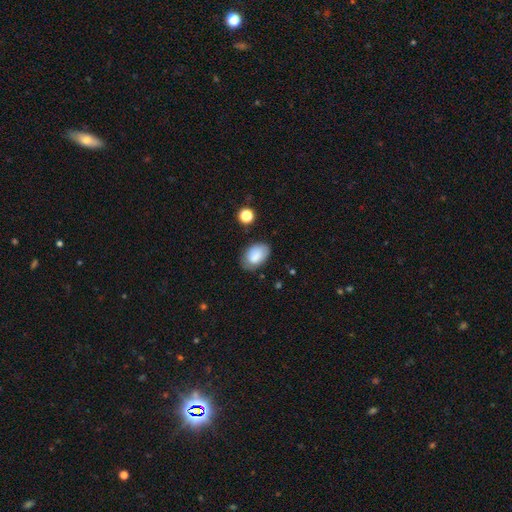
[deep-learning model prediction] smooth_or_featured: smooth (p=0.83) [alt: featured or disk p=0.09]
how_rounded: in between (p=0.88) [alt: round p=0.11]
merging: none (p=0.71) [alt: minor disturbance p=0.22]